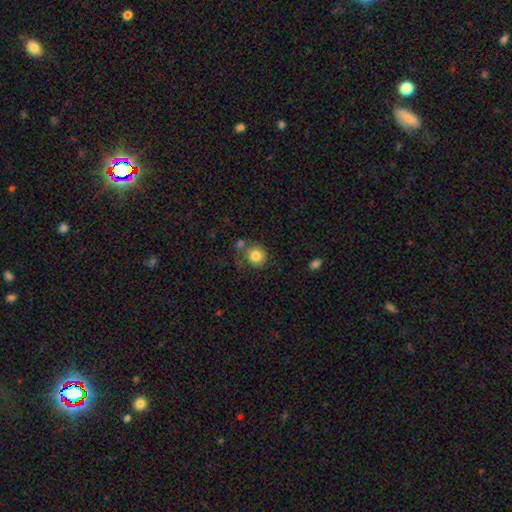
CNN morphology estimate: Overall: smooth (82%). How rounded: round (87%). Merging: none (63%).